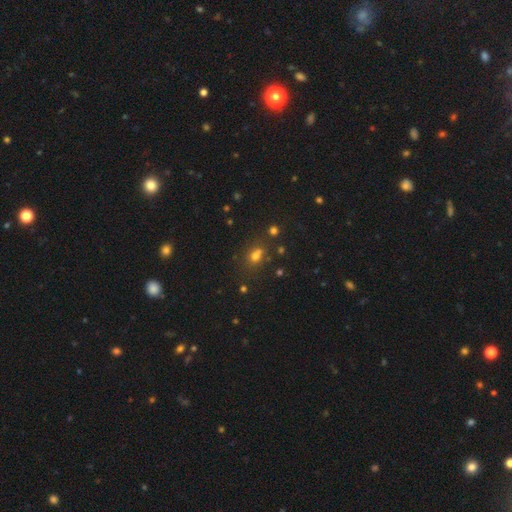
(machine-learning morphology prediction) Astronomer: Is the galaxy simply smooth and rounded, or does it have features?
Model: smooth — 65%.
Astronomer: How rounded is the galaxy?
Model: round — 57% (runner-up: in between, 41%).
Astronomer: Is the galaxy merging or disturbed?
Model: none — 57%.